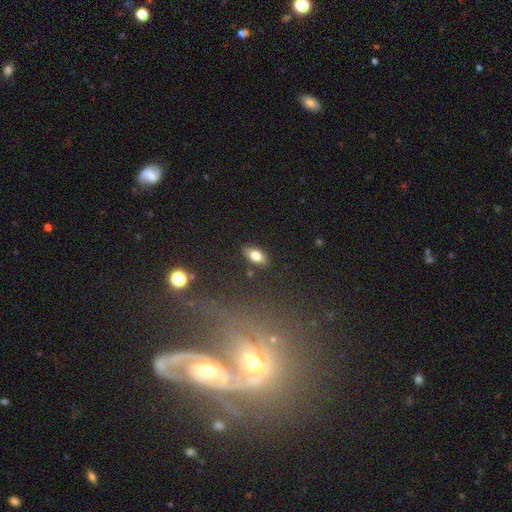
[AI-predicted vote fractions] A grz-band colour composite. It shows a smooth galaxy with no disk features (75%) that is in between round and cigar-shaped (89%). Merging: none (86%).